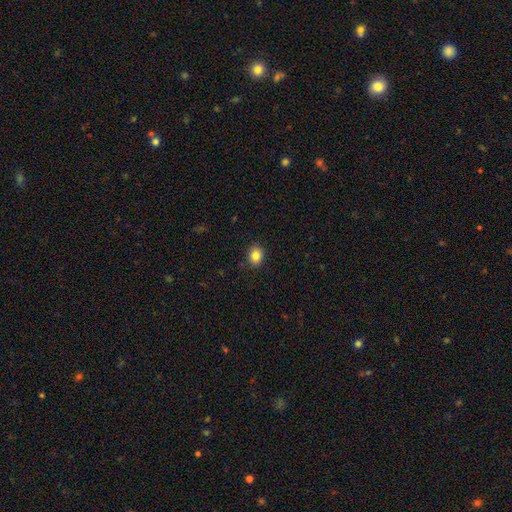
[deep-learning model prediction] Q: Smooth or featured?
A: smooth (84%); runner-up: star or artifact (10%)
Q: How rounded?
A: round (54%); runner-up: in between (46%)
Q: Merging?
A: none (89%); runner-up: minor disturbance (8%)